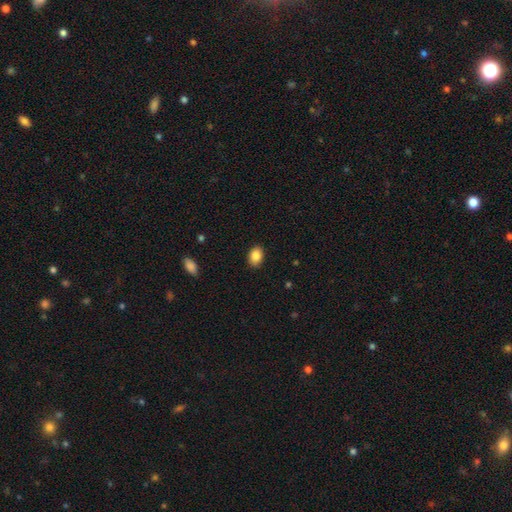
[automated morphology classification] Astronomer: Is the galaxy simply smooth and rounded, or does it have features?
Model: smooth — 87%.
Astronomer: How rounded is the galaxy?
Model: in between — 79%.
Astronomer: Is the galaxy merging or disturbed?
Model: none — 88%.